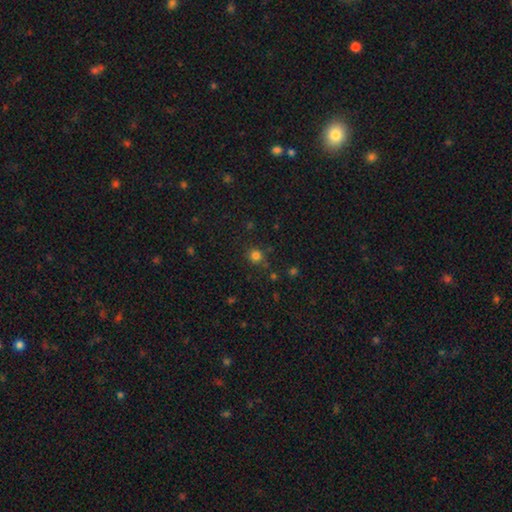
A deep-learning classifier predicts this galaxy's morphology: This appears to be a smooth galaxy with no disk features (78%) that is round (89%). Merging: none (80%).